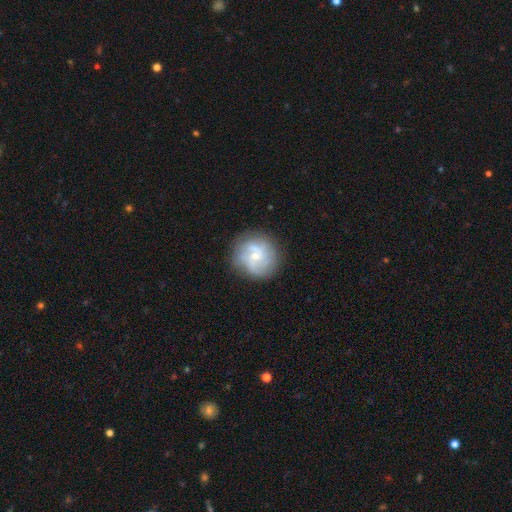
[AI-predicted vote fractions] smooth-or-featured: featured or disk: 62% | smooth: 30% | star or artifact: 8%
  disk-edge-on: no: 98% | yes: 2%
    bar: no: 67% | weak: 29% | strong: 4%
    has-spiral-arms: yes: 82% | no: 18%
    bulge-size: small: 63% | moderate: 30% | none: 3% | large: 2% | dominant: 1%
  merging: none: 76% | minor disturbance: 15% | major disturbance: 7% | merger: 3%